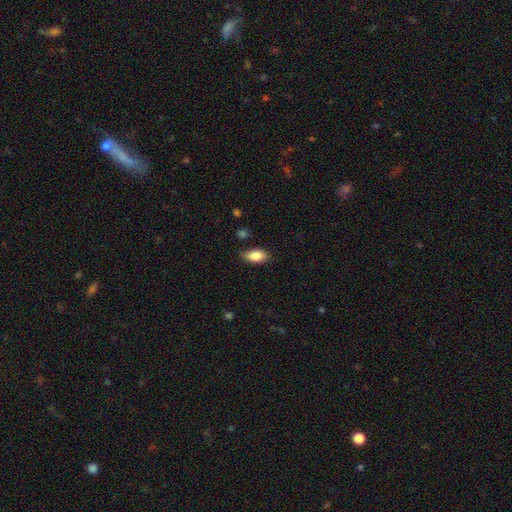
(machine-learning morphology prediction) Q: Smooth or featured?
A: smooth (86%); runner-up: featured or disk (7%)
Q: How rounded?
A: in between (91%); runner-up: cigar-shaped (5%)
Q: Merging?
A: none (81%); runner-up: minor disturbance (15%)